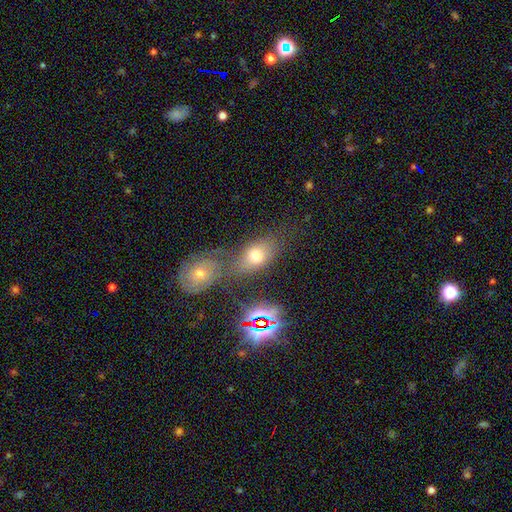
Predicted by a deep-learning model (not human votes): smooth_or_featured: smooth (p=0.63) [alt: star or artifact p=0.19]
how_rounded: in between (p=0.74) [alt: round p=0.23]
merging: none (p=0.49) [alt: merger p=0.29]